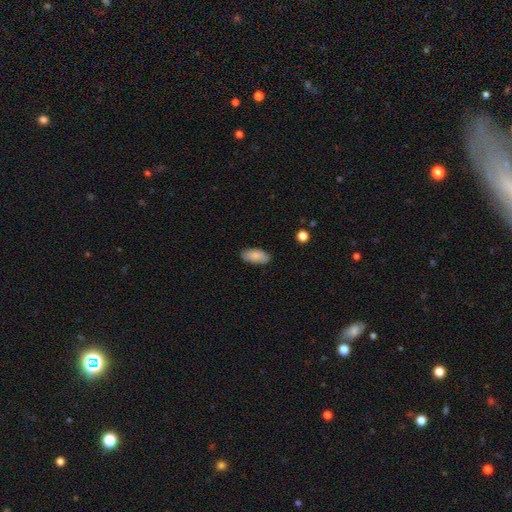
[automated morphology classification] This appears to be a smooth galaxy with no disk features (85%) that is in between round and cigar-shaped (91%). Merging: none (82%).